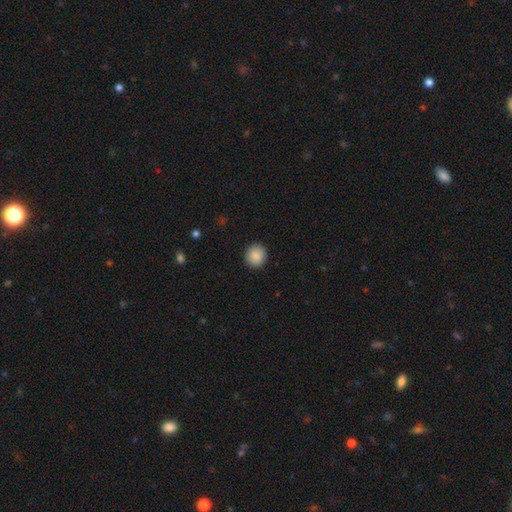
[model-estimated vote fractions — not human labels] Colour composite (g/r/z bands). It shows a smooth galaxy with no disk features (88%) that is round (88%). Merging: none (92%).